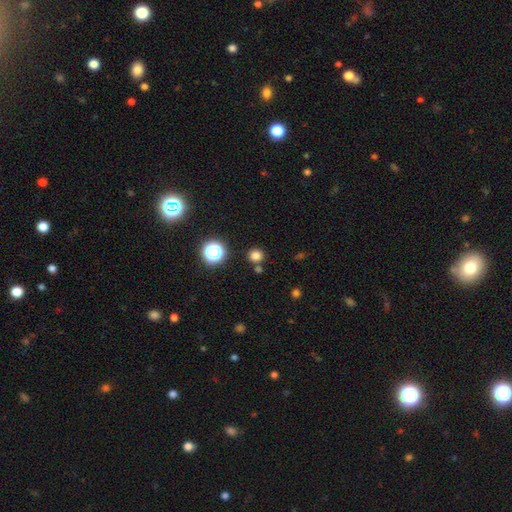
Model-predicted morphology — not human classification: Smooth or featured? Predicted: smooth (p=0.78). How rounded? Predicted: round (p=0.91). Merging? Predicted: none (p=0.81).